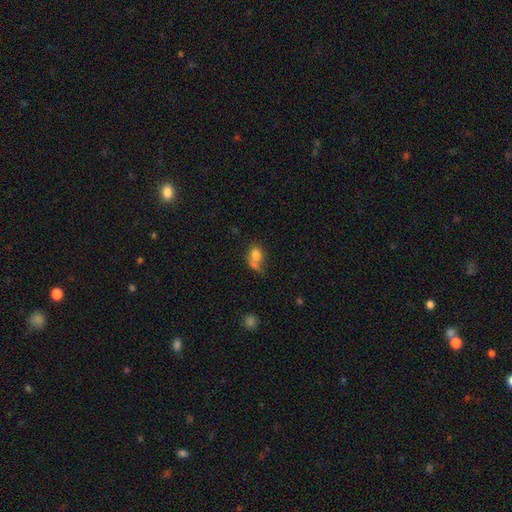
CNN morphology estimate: type=smooth (72%); roundness=in between (71%); merging=none (29%).